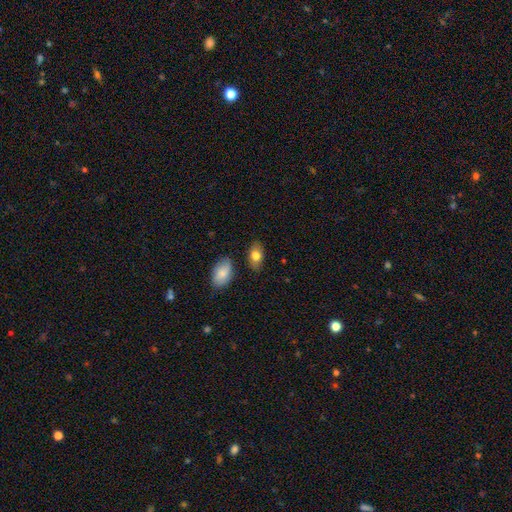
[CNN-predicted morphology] Smooth or featured? smooth (79%)
How rounded? in between (90%)
Merging? none (81%)